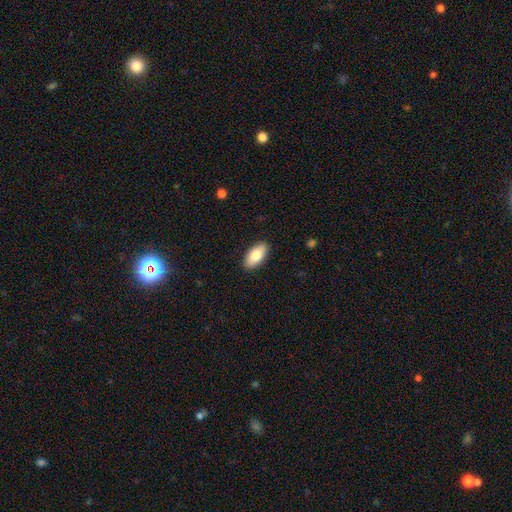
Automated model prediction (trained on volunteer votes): Q: Smooth or featured?
A: smooth (81%); runner-up: featured or disk (13%)
Q: How rounded?
A: in between (93%); runner-up: cigar-shaped (4%)
Q: Merging?
A: none (90%); runner-up: minor disturbance (8%)